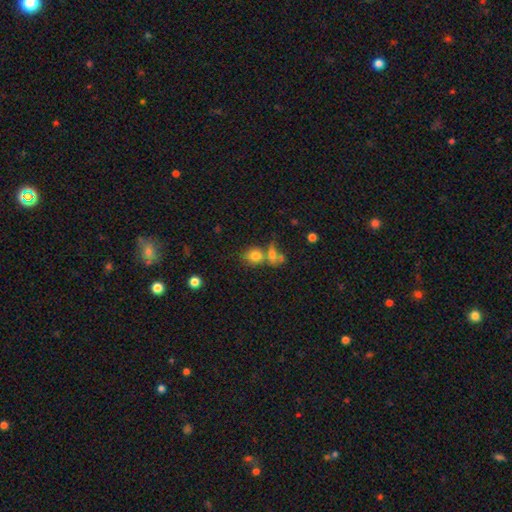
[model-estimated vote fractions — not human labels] Q: Smooth or featured?
A: smooth (78%); runner-up: star or artifact (11%)
Q: How rounded?
A: round (64%); runner-up: in between (34%)
Q: Merging?
A: none (45%); runner-up: merger (37%)